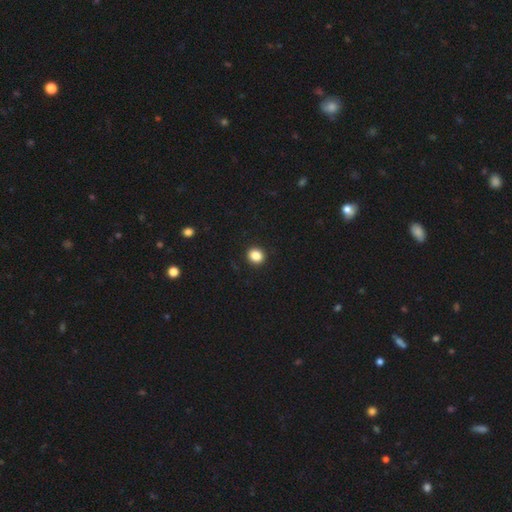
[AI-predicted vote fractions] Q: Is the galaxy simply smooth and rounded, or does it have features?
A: smooth — 86%.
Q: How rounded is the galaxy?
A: round — 79%.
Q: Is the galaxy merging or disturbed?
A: none — 92%.